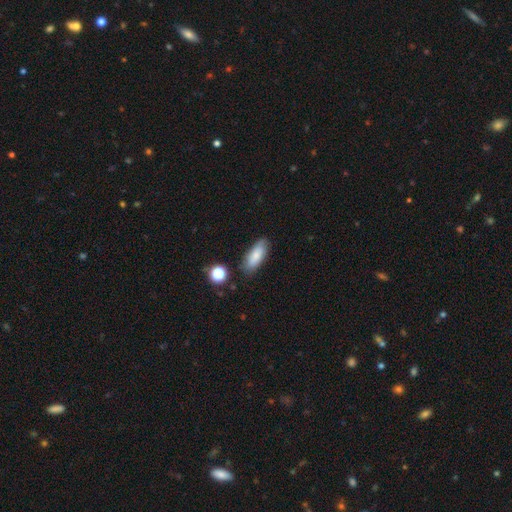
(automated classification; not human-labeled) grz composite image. It shows a smooth galaxy with no disk features (79%) that is in between round and cigar-shaped (77%). Merging: none (80%).